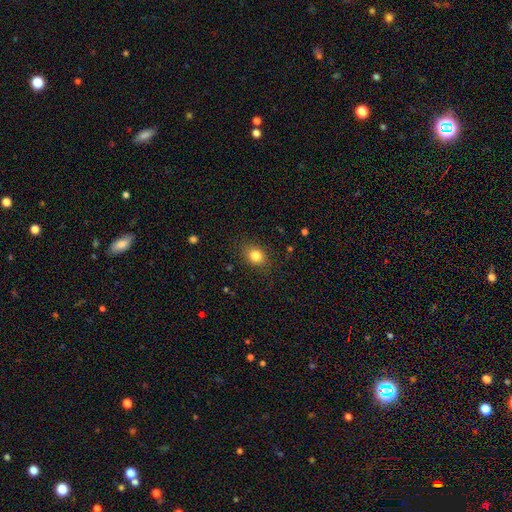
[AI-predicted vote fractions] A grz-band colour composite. It shows a smooth galaxy with no disk features (82%) that is round (58%). Merging: none (84%).